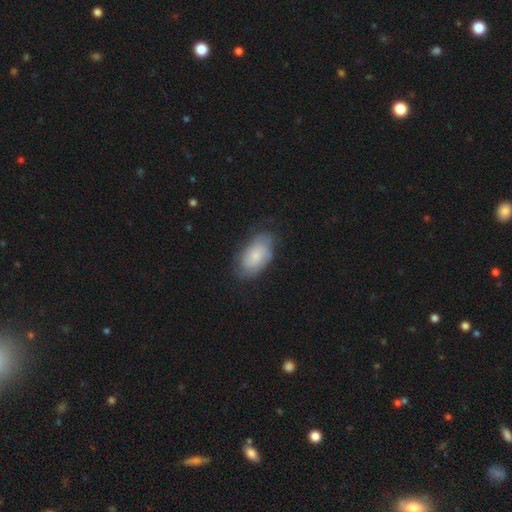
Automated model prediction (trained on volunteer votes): Smooth or featured?
  - smooth: 53% *
  - featured or disk: 40%
  - star or artifact: 7%
How rounded?
  - in between: 93% *
  - round: 5%
  - cigar-shaped: 3%
Merging?
  - none: 70% *
  - minor disturbance: 22%
  - major disturbance: 7%
  - merger: 1%